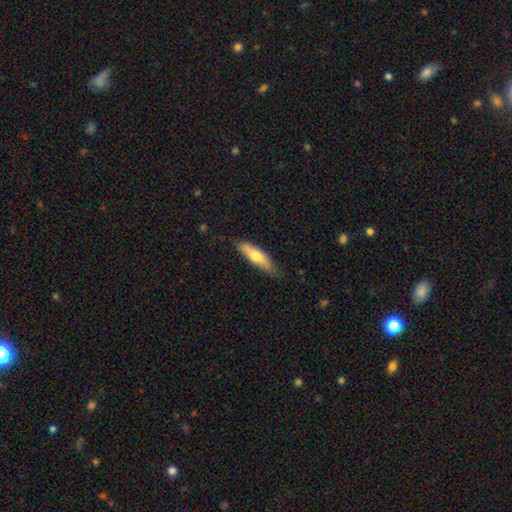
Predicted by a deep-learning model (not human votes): Smooth or featured: smooth — 63% (featured or disk — 32%)
How rounded: cigar-shaped — 61% (in between — 37%)
Merging: none — 75% (minor disturbance — 21%)